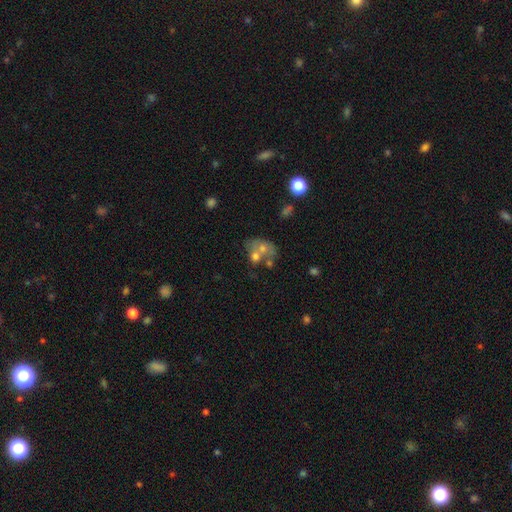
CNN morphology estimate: Q: Smooth or featured?
A: smooth (54%); runner-up: featured or disk (34%)
Q: How rounded?
A: in between (59%); runner-up: round (40%)
Q: Merging?
A: merger (54%); runner-up: none (25%)